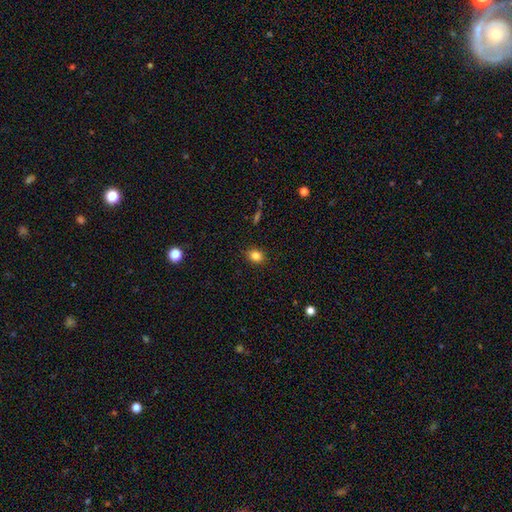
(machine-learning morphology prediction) Q: Smooth or featured?
A: smooth (82%); runner-up: star or artifact (12%)
Q: How rounded?
A: round (51%); runner-up: in between (47%)
Q: Merging?
A: none (88%); runner-up: minor disturbance (9%)